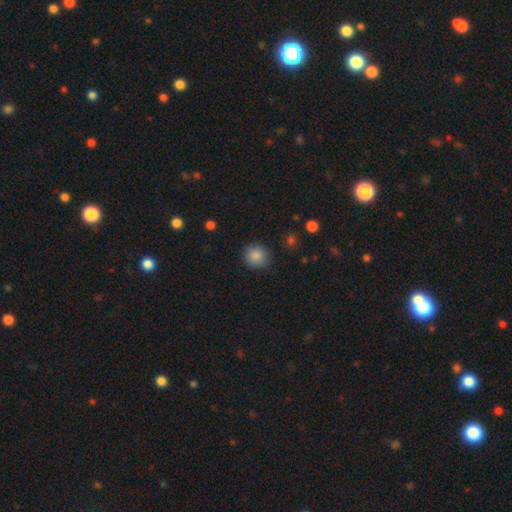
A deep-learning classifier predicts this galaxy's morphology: smooth 87%, star or artifact 9%, featured or disk 4%. Down the decision tree: how rounded — round (90%); merging — none (87%).